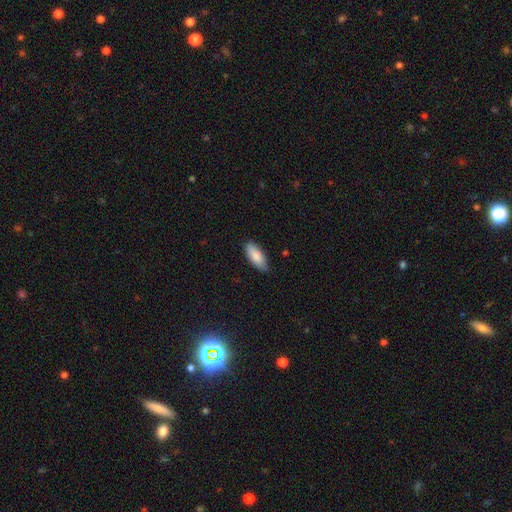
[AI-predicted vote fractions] A smooth galaxy with no disk features (87%) that is in between round and cigar-shaped (77%).

Vote fractions:
- Smooth or featured? smooth: 87% / featured or disk: 8% / star or artifact: 6%
- How rounded? in between: 77% / cigar-shaped: 21% / round: 2%
- Merging? none: 83% / minor disturbance: 14% / major disturbance: 2% / merger: 1%